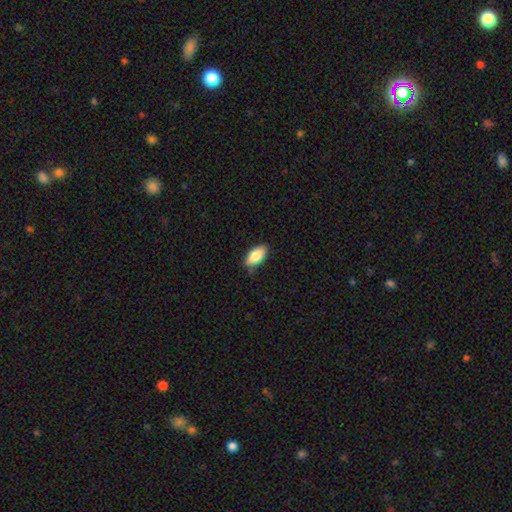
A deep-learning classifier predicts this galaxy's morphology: A smooth galaxy with no disk features (83%) that is in between round and cigar-shaped (91%). Merging: none (81%).